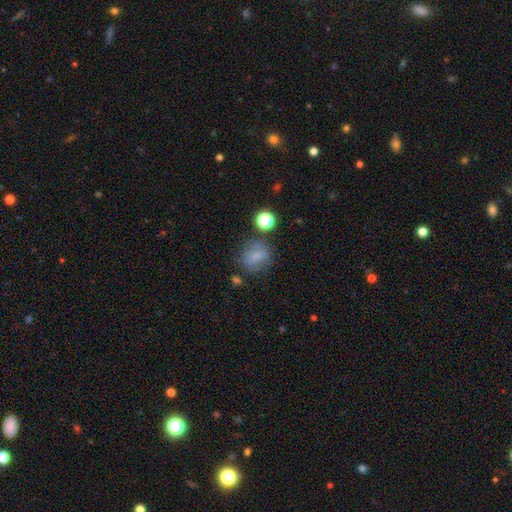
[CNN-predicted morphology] Smooth or featured?
  - smooth: 71% *
  - star or artifact: 15%
  - featured or disk: 15%
How rounded?
  - round: 68% *
  - in between: 31%
  - cigar-shaped: 1%
Merging?
  - none: 66% *
  - minor disturbance: 18%
  - major disturbance: 9%
  - merger: 8%